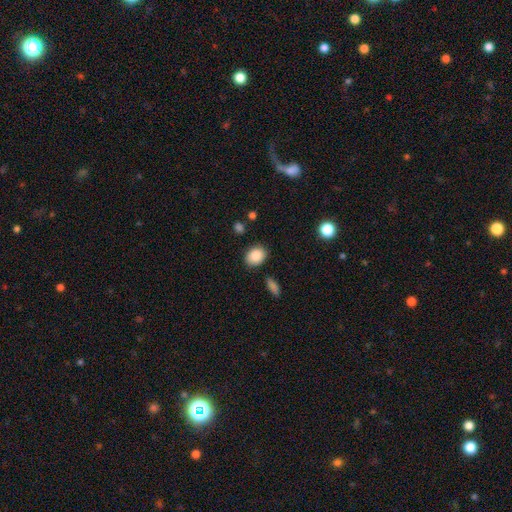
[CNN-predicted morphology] This appears to be a smooth galaxy with no disk features (87%) that is in between round and cigar-shaped (56%). Merging: none (83%).